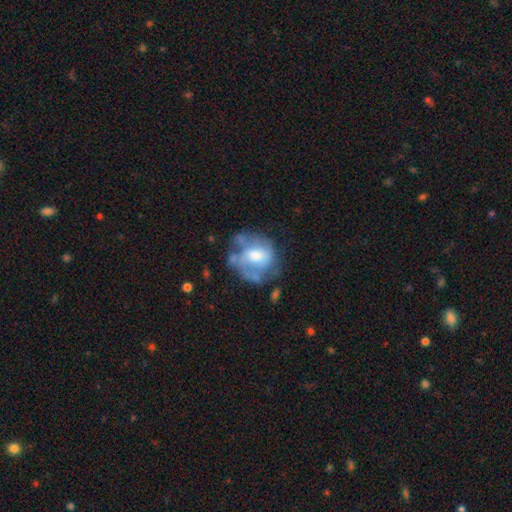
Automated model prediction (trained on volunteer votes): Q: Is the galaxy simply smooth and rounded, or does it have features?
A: featured or disk — 57%.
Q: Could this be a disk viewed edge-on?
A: no — 97%.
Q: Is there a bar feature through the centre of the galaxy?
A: no — 57%.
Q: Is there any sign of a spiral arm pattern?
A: no — 55%.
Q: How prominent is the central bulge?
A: moderate — 53%.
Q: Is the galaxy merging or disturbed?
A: none — 43%.